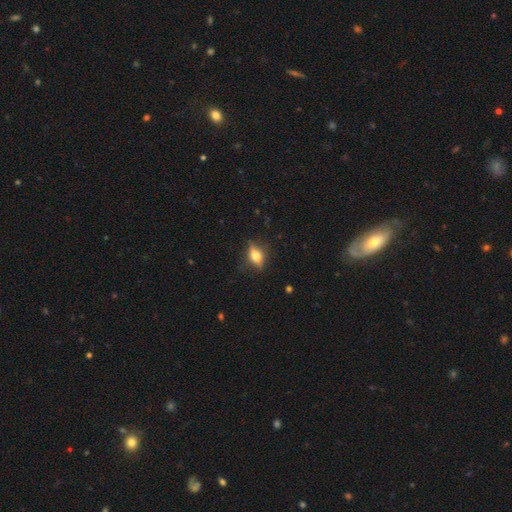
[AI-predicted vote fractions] A smooth galaxy with no disk features (48%). Merging: none (79%).